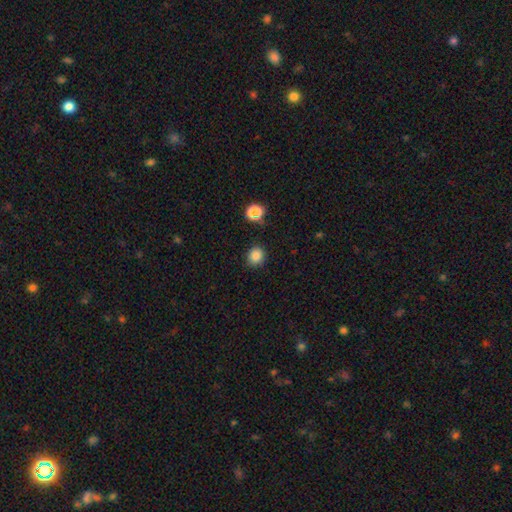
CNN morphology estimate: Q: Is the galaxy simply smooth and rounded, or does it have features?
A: smooth — 84%.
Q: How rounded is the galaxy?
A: round — 79%.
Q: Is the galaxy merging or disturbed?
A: none — 86%.